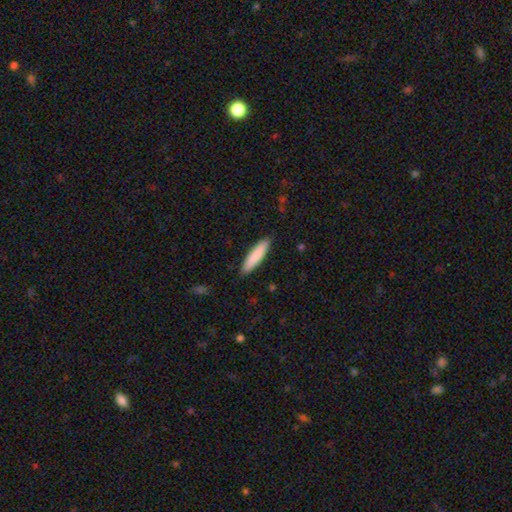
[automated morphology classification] A smooth galaxy with no disk features (84%) that is cigar-shaped (80%). Merging: none (89%).